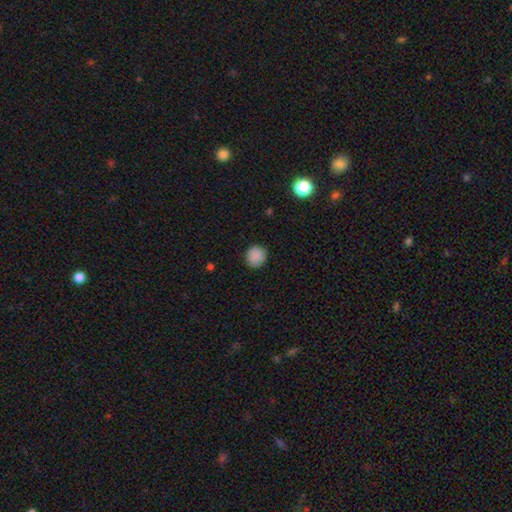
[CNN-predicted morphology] smooth_or_featured: smooth (p=0.89) [alt: star or artifact p=0.09]
how_rounded: round (p=0.89) [alt: in between p=0.10]
merging: none (p=0.89) [alt: minor disturbance p=0.08]